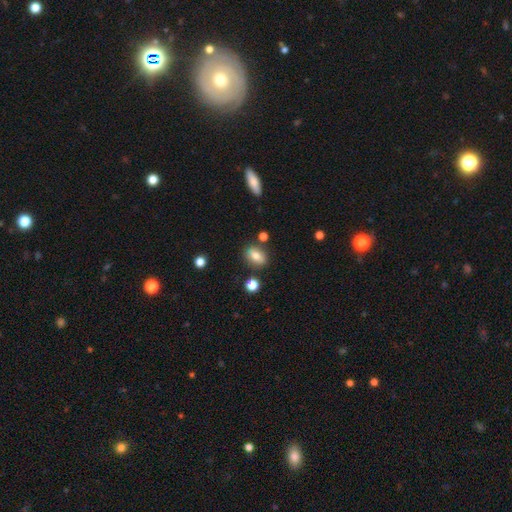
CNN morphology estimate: smooth-or-featured: smooth: 75% | featured or disk: 15% | star or artifact: 10%
  how-rounded: in between: 77% | round: 19% | cigar-shaped: 4%
  merging: none: 80% | minor disturbance: 12% | merger: 5% | major disturbance: 3%